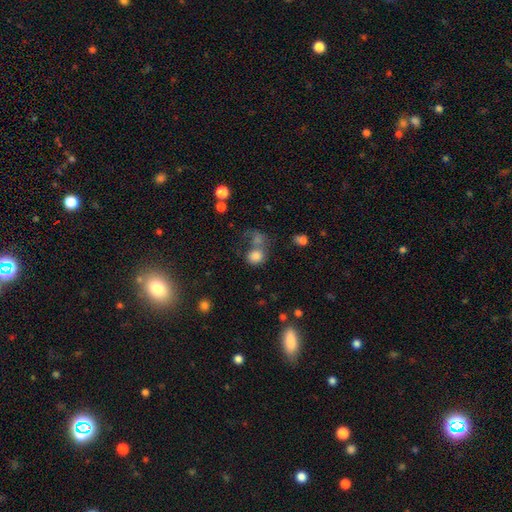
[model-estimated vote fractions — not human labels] Q: Smooth or featured?
A: smooth (80%); runner-up: star or artifact (12%)
Q: How rounded?
A: round (74%); runner-up: in between (25%)
Q: Merging?
A: none (42%); runner-up: merger (35%)